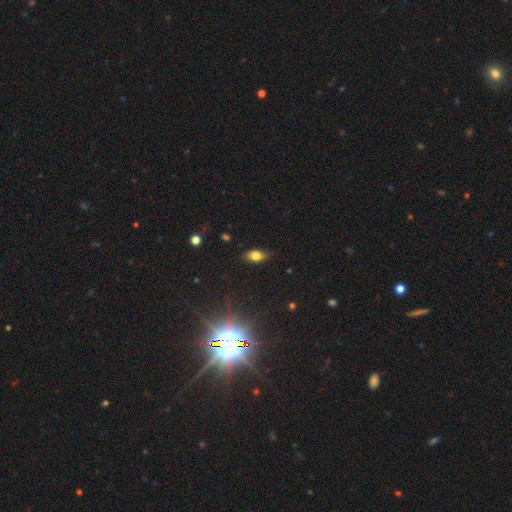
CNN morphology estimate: Smooth or featured? smooth (75%)
How rounded? in between (85%)
Merging? none (82%)